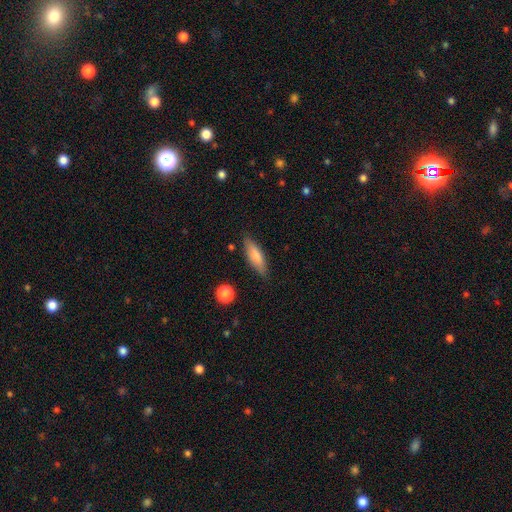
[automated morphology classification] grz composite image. It shows a smooth galaxy with no disk features (72%) that is cigar-shaped (51%). Merging: none (82%).